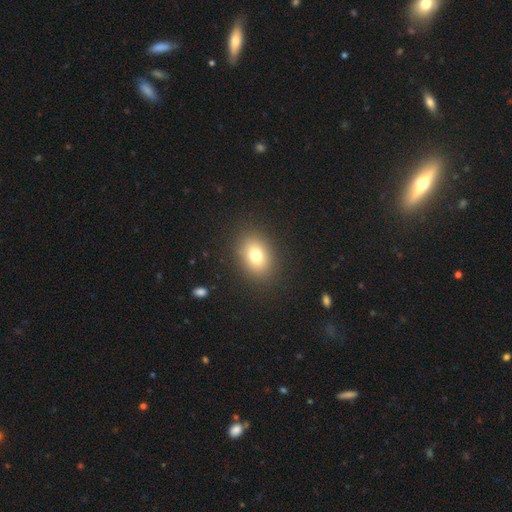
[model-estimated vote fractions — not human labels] A smooth galaxy with no disk features (76%) that is in between round and cigar-shaped (60%). Merging: none (87%).